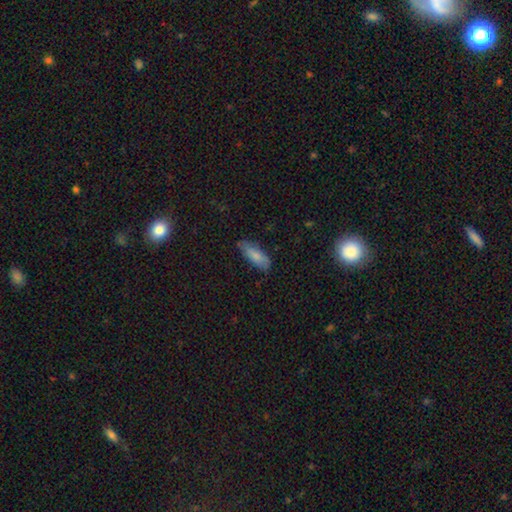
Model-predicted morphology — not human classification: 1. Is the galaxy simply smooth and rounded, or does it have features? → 80% smooth, 14% featured or disk, 6% star or artifact.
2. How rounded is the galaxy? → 66% in between, 32% cigar-shaped, 2% round.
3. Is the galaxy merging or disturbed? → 74% none, 21% minor disturbance, 4% major disturbance, 1% merger.